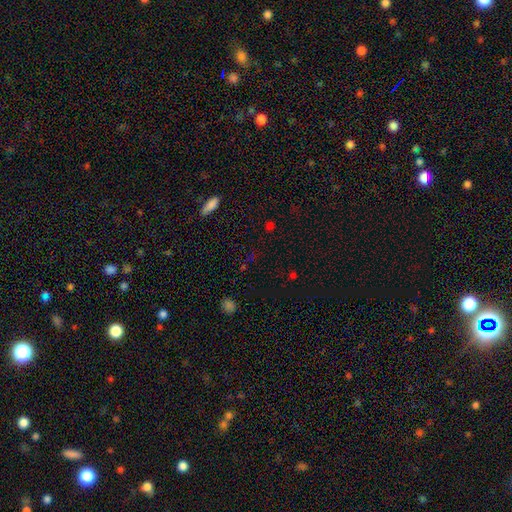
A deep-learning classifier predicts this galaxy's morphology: smooth_or_featured: star or artifact (p=0.53) [alt: smooth p=0.39]